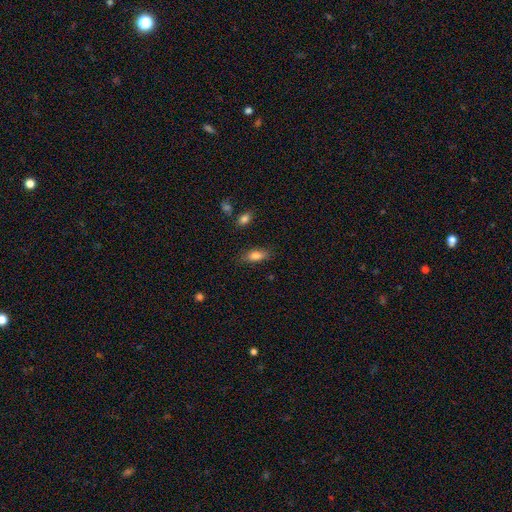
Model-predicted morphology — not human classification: Smooth or featured? smooth (81%)
How rounded? in between (80%)
Merging? none (82%)